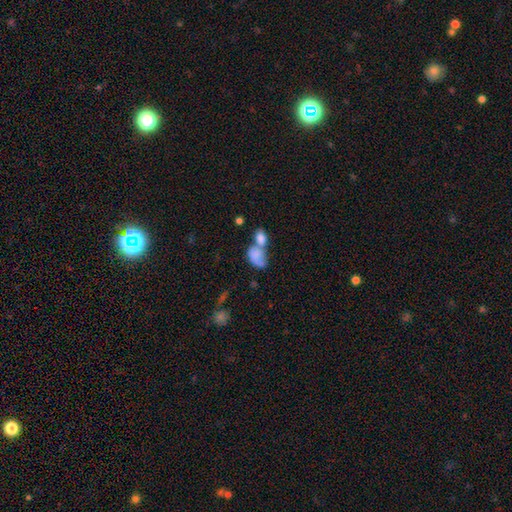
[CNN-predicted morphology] A smooth galaxy with no disk features (73%) that is in between round and cigar-shaped (82%). Merging: merger (69%).